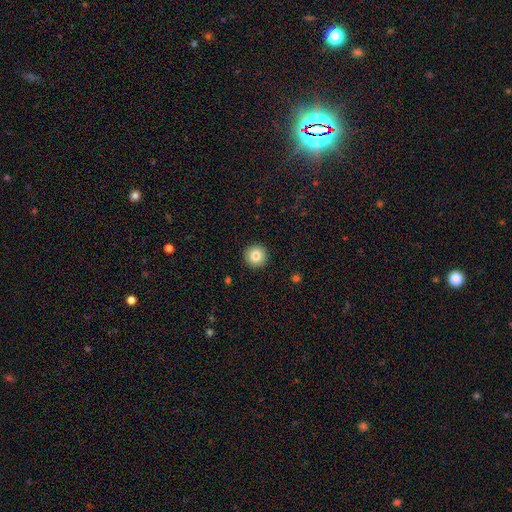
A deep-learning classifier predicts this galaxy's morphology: smooth-or-featured: smooth: 82% | star or artifact: 10% | featured or disk: 8%
  how-rounded: round: 96% | in between: 3% | cigar-shaped: 1%
  merging: none: 93% | minor disturbance: 5% | major disturbance: 2% | merger: 1%